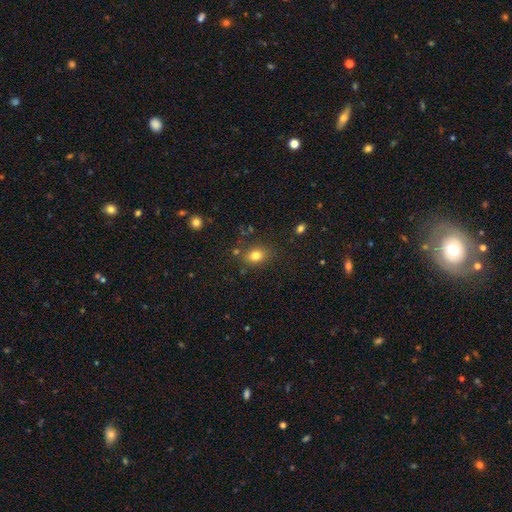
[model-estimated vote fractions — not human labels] A smooth galaxy with no disk features (80%) that is in between round and cigar-shaped (67%).

Vote fractions:
- Smooth or featured? smooth: 80% / star or artifact: 12% / featured or disk: 8%
- How rounded? in between: 67% / round: 31% / cigar-shaped: 2%
- Merging? none: 78% / minor disturbance: 14% / merger: 5% / major disturbance: 4%